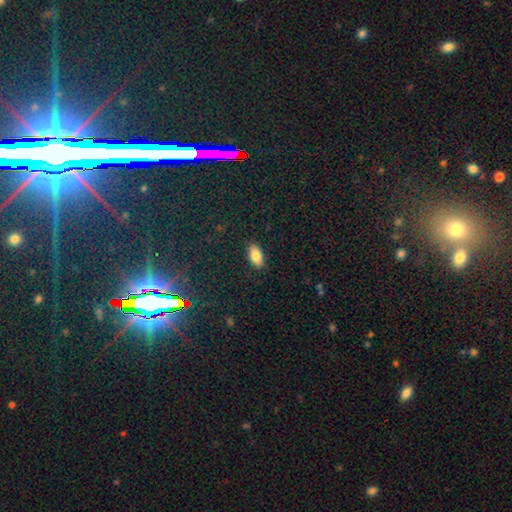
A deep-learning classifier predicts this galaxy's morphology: Smooth or featured? smooth (84%)
How rounded? in between (92%)
Merging? none (87%)